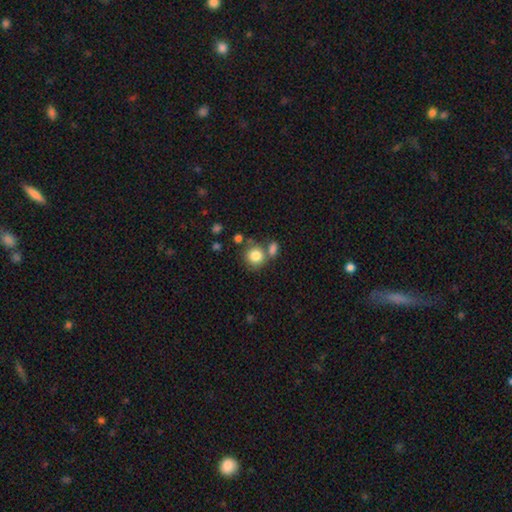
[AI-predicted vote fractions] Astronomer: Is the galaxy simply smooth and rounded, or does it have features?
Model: smooth — 83%.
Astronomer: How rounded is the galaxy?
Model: round — 85%.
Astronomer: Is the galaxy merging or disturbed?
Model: none — 59%.